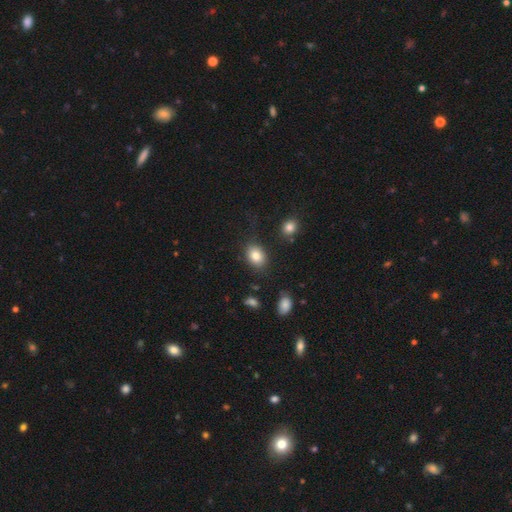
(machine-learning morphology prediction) A smooth galaxy with no disk features (84%) that is in between round and cigar-shaped (71%).

Vote fractions:
- Smooth or featured? smooth: 84% / star or artifact: 9% / featured or disk: 8%
- How rounded? in between: 71% / round: 28% / cigar-shaped: 1%
- Merging? none: 81% / minor disturbance: 12% / major disturbance: 4% / merger: 3%